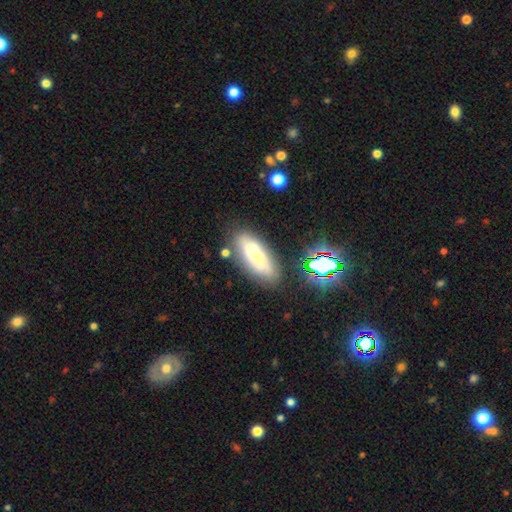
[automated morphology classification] smooth-or-featured: smooth: 50% | featured or disk: 39% | star or artifact: 11%
  how-rounded: in between: 75% | cigar-shaped: 21% | round: 3%
  merging: none: 75% | minor disturbance: 16% | merger: 5% | major disturbance: 5%